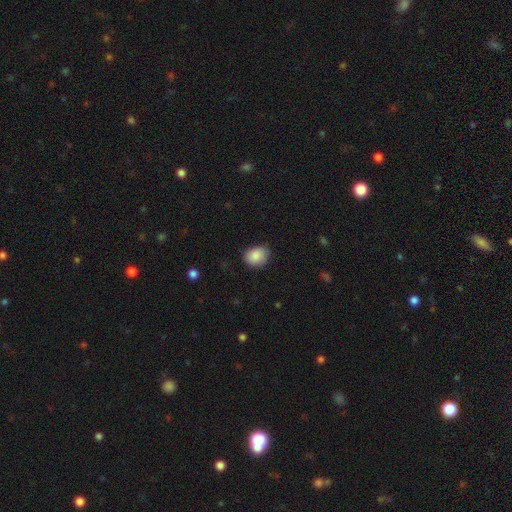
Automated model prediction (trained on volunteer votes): The model was most divided on "how rounded": in between: 56%, round: 43%, cigar-shaped: 1%. More confident: smooth or featured — smooth (88%); merging — none (75%).